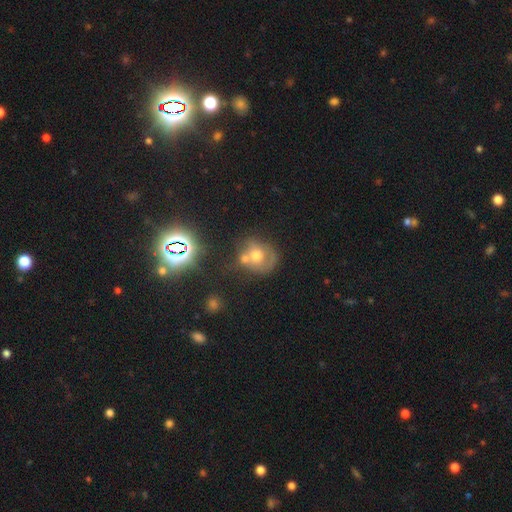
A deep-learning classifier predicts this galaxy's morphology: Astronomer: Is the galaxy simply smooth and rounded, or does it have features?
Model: smooth — 46% (runner-up: featured or disk, 34%).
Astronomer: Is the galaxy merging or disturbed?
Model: merger — 40% (runner-up: none, 35%).